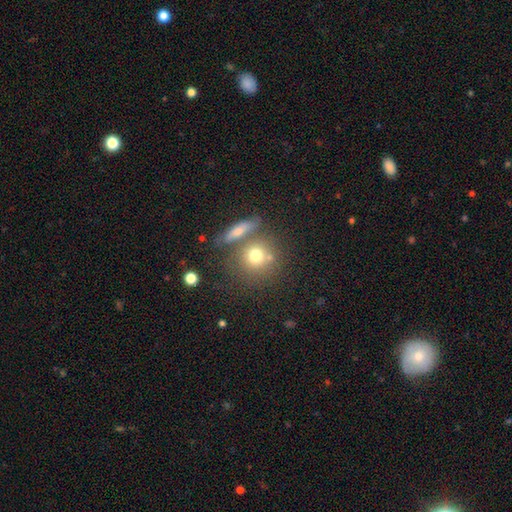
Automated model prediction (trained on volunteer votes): Smooth or featured? smooth (71%)
How rounded? round (86%)
Merging? none (61%)